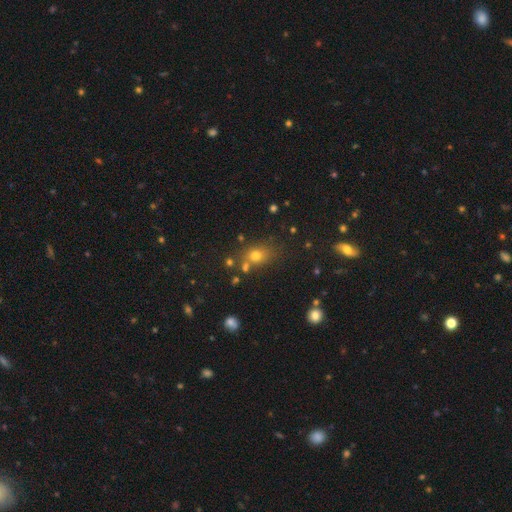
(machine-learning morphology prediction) smooth_or_featured: smooth (p=0.69) [alt: star or artifact p=0.20]
how_rounded: round (p=0.52) [alt: in between p=0.46]
merging: none (p=0.62) [alt: merger p=0.16]